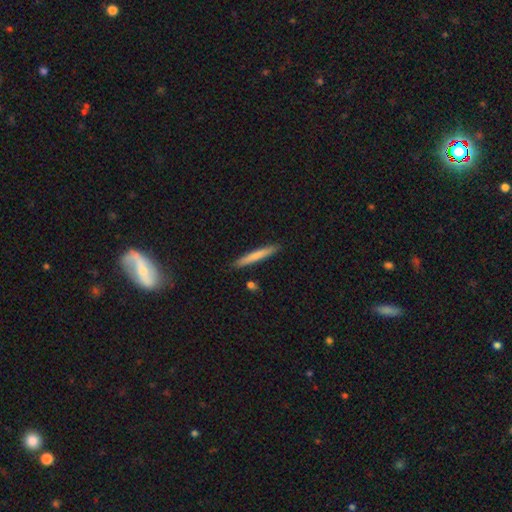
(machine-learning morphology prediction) Smooth or featured? smooth (73%)
How rounded? cigar-shaped (96%)
Merging? none (89%)